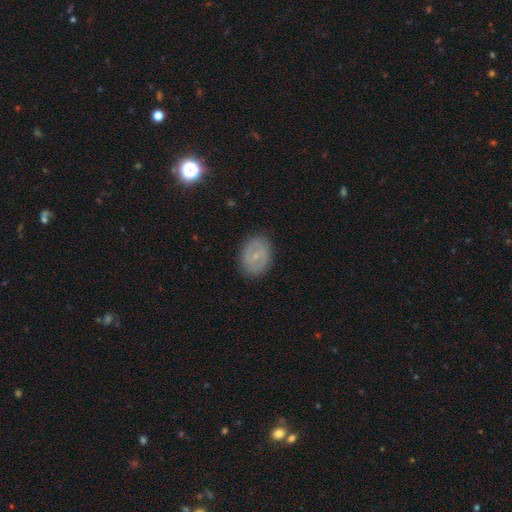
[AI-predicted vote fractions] Smooth or featured: featured or disk — 56% (smooth — 35%)
Edge-on disk: no — 96% (yes — 4%)
Bar: weak — 48% (no — 34%)
Spiral arms: yes — 60% (no — 40%)
Bulge size: small — 73% (moderate — 19%)
Merging: none — 86% (minor disturbance — 10%)